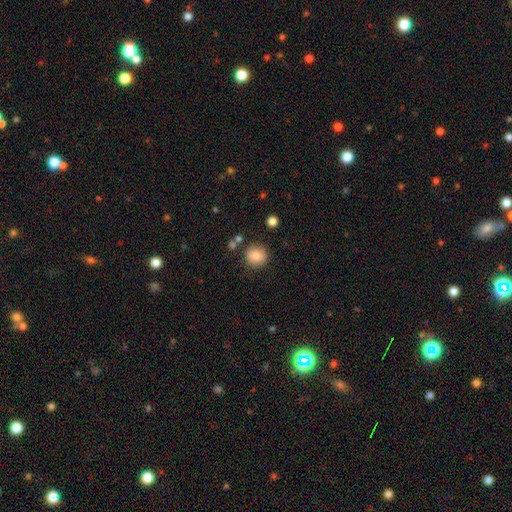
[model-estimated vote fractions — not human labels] Smooth or featured: smooth — 83% (star or artifact — 10%)
How rounded: round — 91% (in between — 8%)
Merging: none — 85% (minor disturbance — 8%)